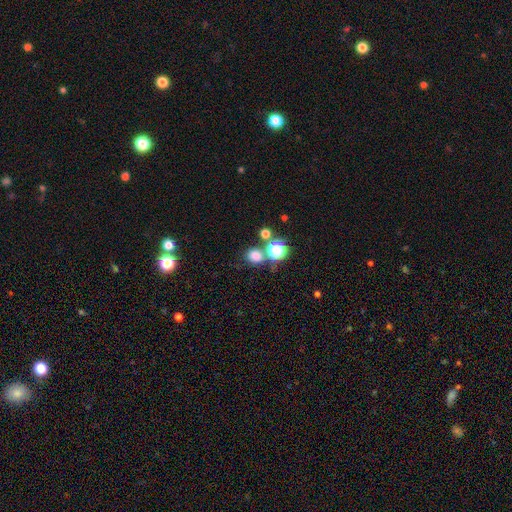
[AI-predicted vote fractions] Smooth or featured?
  - smooth: 74% *
  - star or artifact: 20%
  - featured or disk: 6%
How rounded?
  - round: 73% *
  - in between: 26%
  - cigar-shaped: 1%
Merging?
  - none: 65% *
  - merger: 22%
  - minor disturbance: 9%
  - major disturbance: 4%